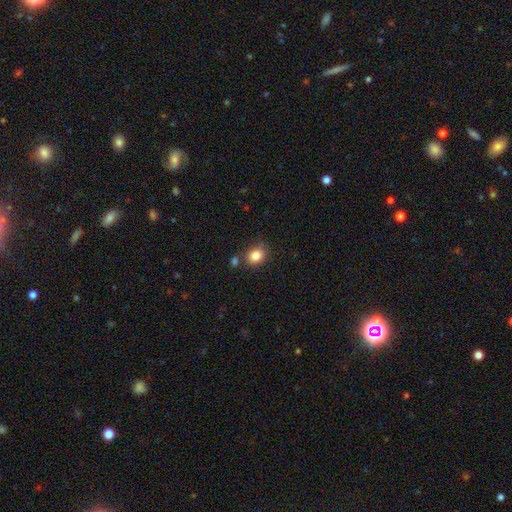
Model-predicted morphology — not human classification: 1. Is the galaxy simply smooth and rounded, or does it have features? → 84% smooth, 10% star or artifact, 6% featured or disk.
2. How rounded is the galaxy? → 58% round, 41% in between, 1% cigar-shaped.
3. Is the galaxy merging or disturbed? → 71% none, 14% minor disturbance, 11% merger, 4% major disturbance.